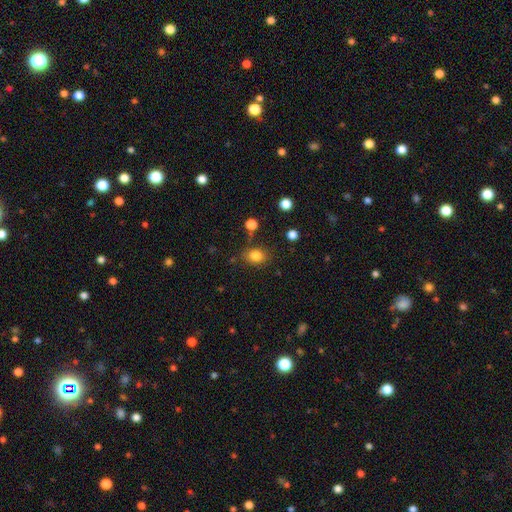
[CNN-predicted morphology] A smooth galaxy with no disk features (82%) that is round (50%).

Vote fractions:
- Smooth or featured? smooth: 82% / star or artifact: 12% / featured or disk: 6%
- How rounded? round: 50% / in between: 49% / cigar-shaped: 1%
- Merging? none: 78% / minor disturbance: 13% / major disturbance: 4% / merger: 4%